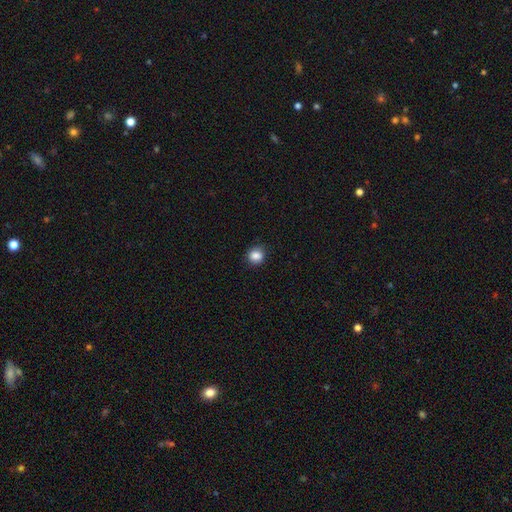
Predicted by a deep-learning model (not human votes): The model was most divided on "how rounded": round: 84%, in between: 15%, cigar-shaped: 1%. More confident: merging — none (88%); smooth or featured — smooth (86%).